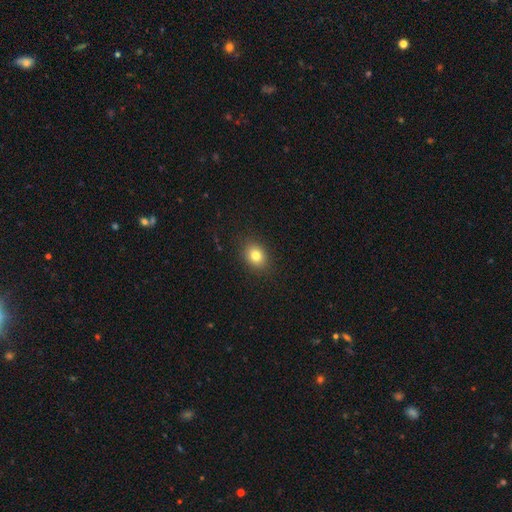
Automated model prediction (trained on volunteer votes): smooth_or_featured: smooth (p=0.80) [alt: star or artifact p=0.11]
how_rounded: round (p=0.50) [alt: in between p=0.49]
merging: none (p=0.89) [alt: minor disturbance p=0.08]